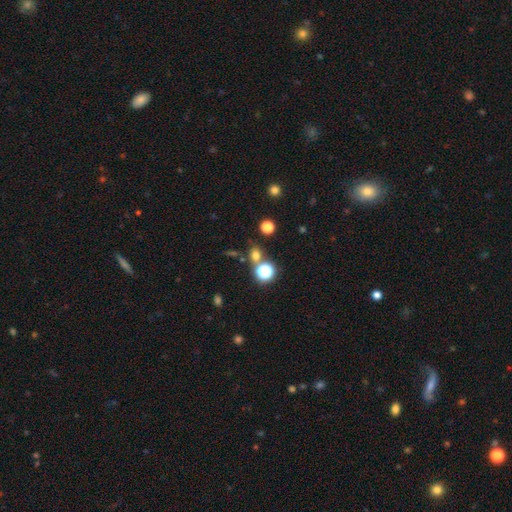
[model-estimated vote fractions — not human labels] Morphology: type=smooth (62%); roundness=round (76%); merging=none (71%).